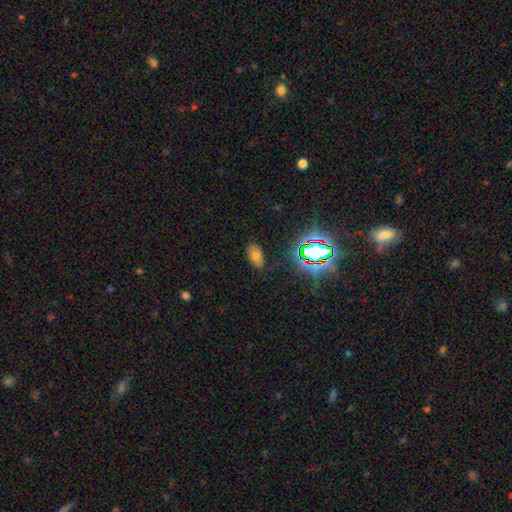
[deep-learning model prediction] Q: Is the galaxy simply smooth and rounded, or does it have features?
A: smooth — 58%.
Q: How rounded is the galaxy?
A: in between — 90%.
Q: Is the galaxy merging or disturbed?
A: none — 84%.